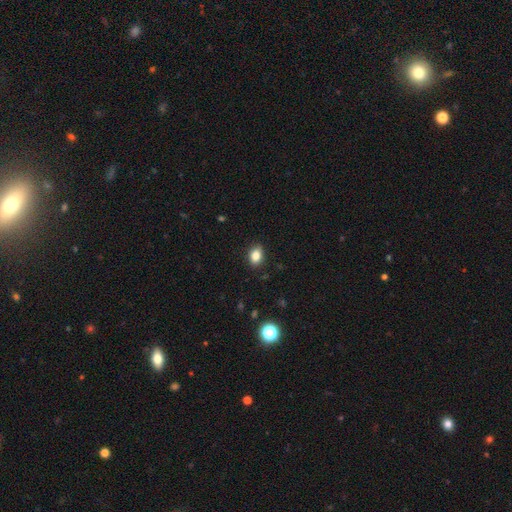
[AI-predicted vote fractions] This appears to be a smooth galaxy with no disk features (83%) that is in between round and cigar-shaped (76%). Merging: none (86%).